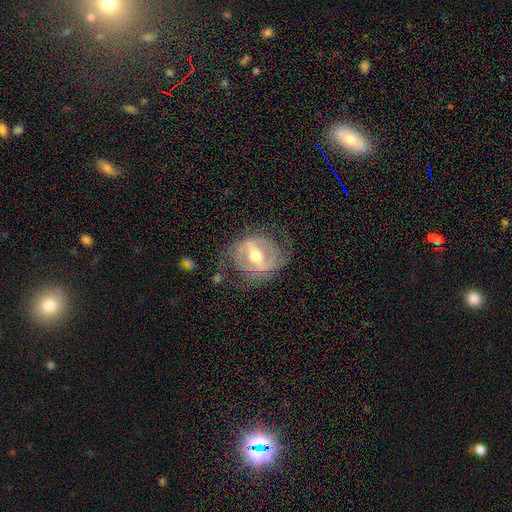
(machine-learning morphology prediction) smooth_or_featured: featured or disk (p=0.80) [alt: smooth p=0.14]
disk_edge_on: no (p=0.94) [alt: yes p=0.06]
bar: strong (p=0.55) [alt: weak p=0.33]
has_spiral_arms: yes (p=0.67) [alt: no p=0.33]
spiral_winding: tight (p=0.42) [alt: medium p=0.39]
spiral_arm_count: 2 (p=0.66) [alt: can't tell p=0.20]
bulge_size: moderate (p=0.74) [alt: small p=0.13]
merging: none (p=0.64) [alt: minor disturbance p=0.19]